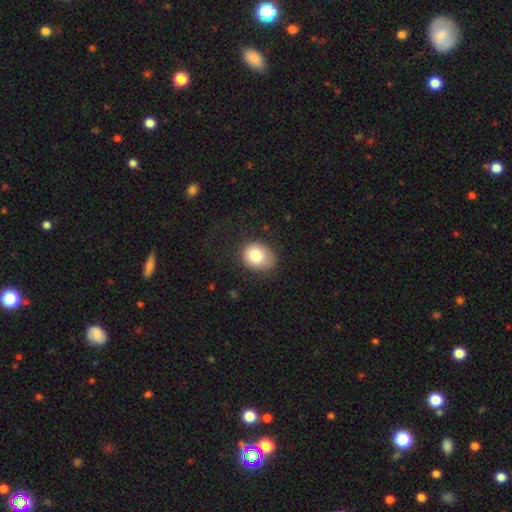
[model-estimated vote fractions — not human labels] Morphology: type=smooth (81%); roundness=round (56%); merging=none (73%).